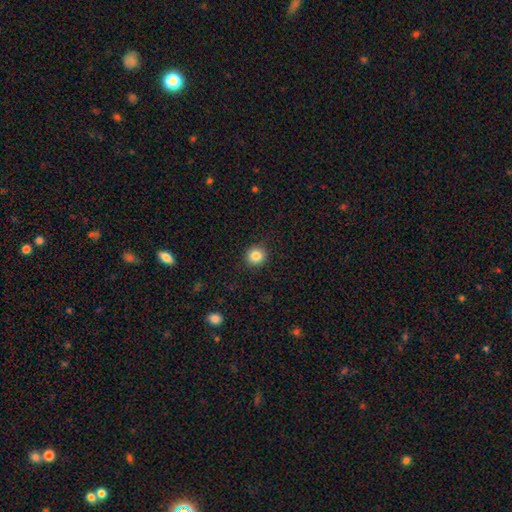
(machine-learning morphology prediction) smooth 84%, star or artifact 10%, featured or disk 5%. Down the decision tree: how rounded — round (90%); merging — none (91%).